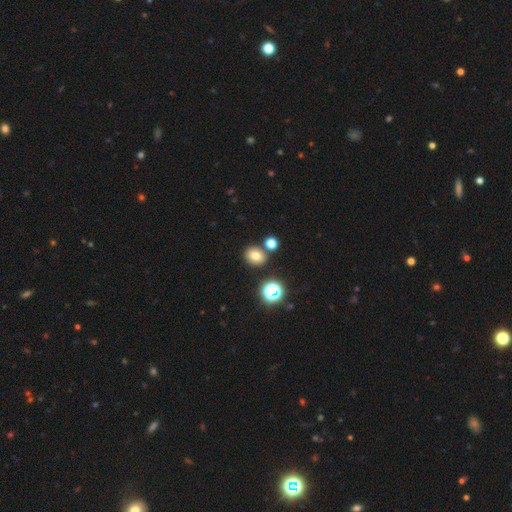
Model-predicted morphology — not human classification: Smooth or featured? Predicted: smooth (p=0.73). How rounded? Predicted: round (p=0.64). Merging? Predicted: none (p=0.78).